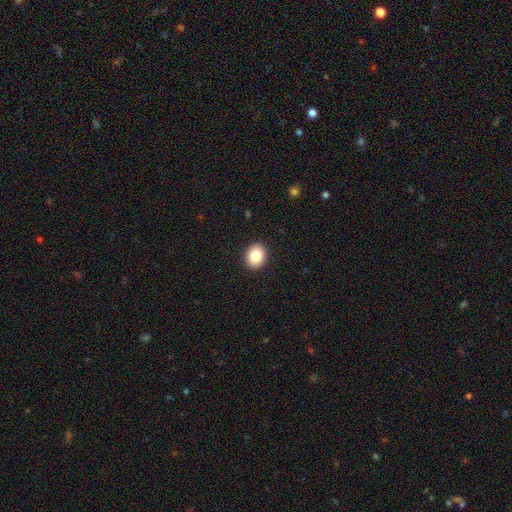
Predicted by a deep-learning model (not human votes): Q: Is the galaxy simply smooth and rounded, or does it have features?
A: smooth — 84%.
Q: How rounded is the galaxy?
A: in between — 50%.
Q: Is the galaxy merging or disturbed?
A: none — 92%.